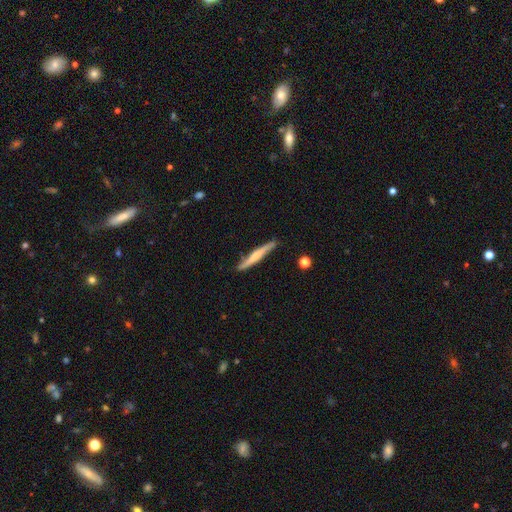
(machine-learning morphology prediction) Smooth or featured? Predicted: smooth (p=0.50). Merging? Predicted: none (p=0.80).